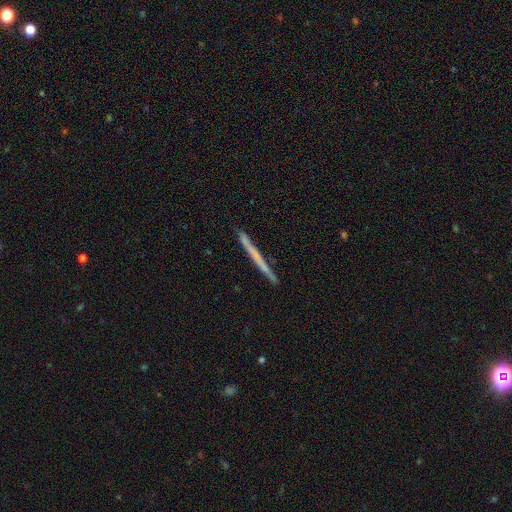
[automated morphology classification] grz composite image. It shows a smooth galaxy with no disk features (48%). Merging: none (91%).